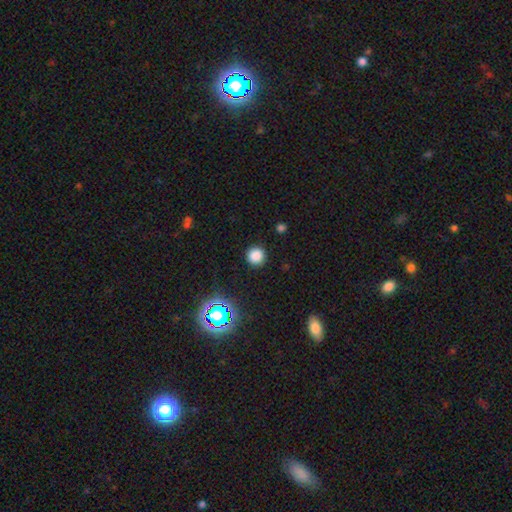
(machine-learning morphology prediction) Q: Smooth or featured?
A: smooth (81%); runner-up: star or artifact (15%)
Q: How rounded?
A: round (94%); runner-up: in between (5%)
Q: Merging?
A: none (90%); runner-up: minor disturbance (6%)